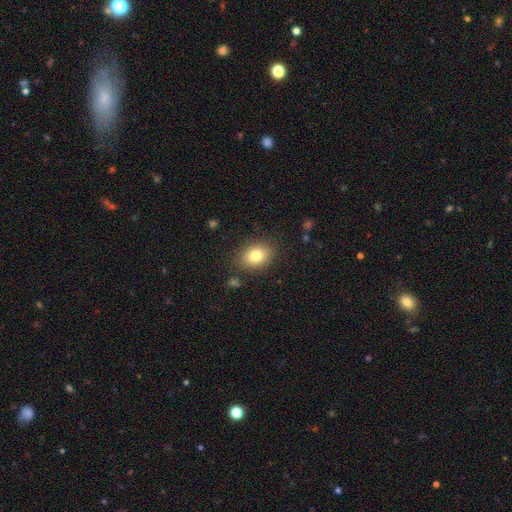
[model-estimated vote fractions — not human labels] smooth_or_featured: smooth (p=0.81) [alt: featured or disk p=0.10]
how_rounded: in between (p=0.66) [alt: round p=0.33]
merging: none (p=0.84) [alt: minor disturbance p=0.11]